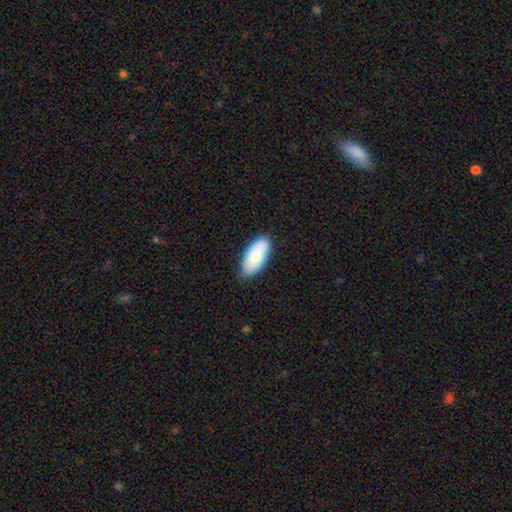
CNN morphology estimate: A smooth galaxy with no disk features (84%) that is in between round and cigar-shaped (91%).

Vote fractions:
- Smooth or featured? smooth: 84% / featured or disk: 10% / star or artifact: 5%
- How rounded? in between: 91% / cigar-shaped: 8% / round: 2%
- Merging? none: 81% / minor disturbance: 16% / major disturbance: 2% / merger: 1%